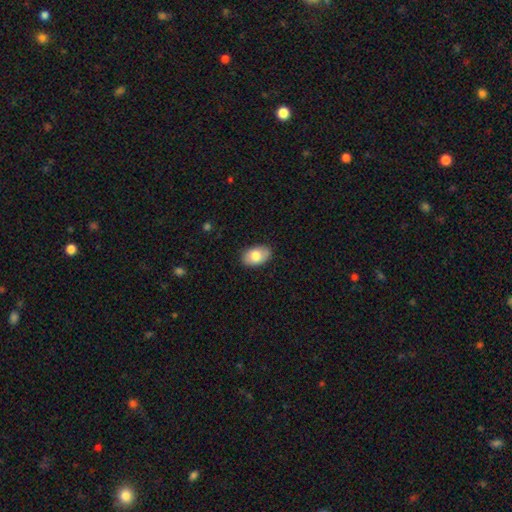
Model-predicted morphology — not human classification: smooth-or-featured: smooth: 80% | featured or disk: 13% | star or artifact: 7%
  how-rounded: in between: 91% | round: 8% | cigar-shaped: 1%
  merging: none: 87% | minor disturbance: 10% | major disturbance: 2% | merger: 1%